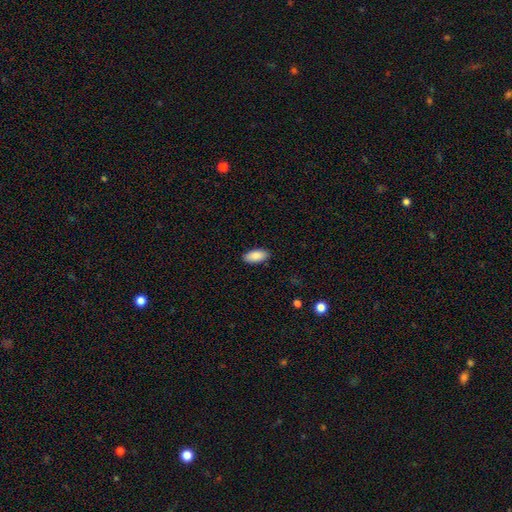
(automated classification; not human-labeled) smooth 89%, star or artifact 6%, featured or disk 5%. Down the decision tree: how rounded — in between (92%); merging — none (89%).